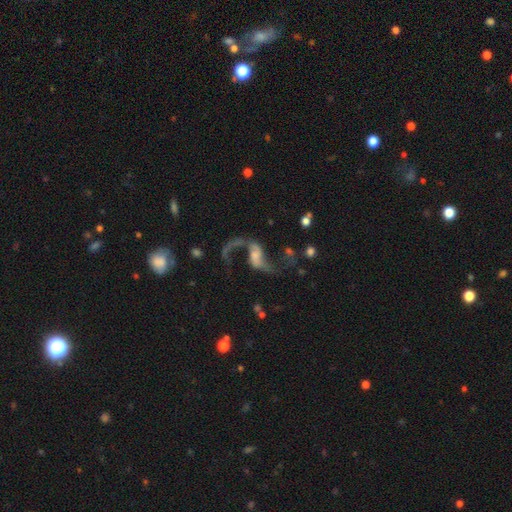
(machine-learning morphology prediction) Smooth or featured? Predicted: featured or disk (p=0.84). Edge-on disk? Predicted: no (p=0.96). Bar? Predicted: weak (p=0.40). Spiral arms? Predicted: yes (p=0.94). Spiral winding? Predicted: loose (p=0.92). Spiral arm count? Predicted: 2 (p=0.90). Bulge size? Predicted: small (p=0.35). Merging? Predicted: none (p=0.54).